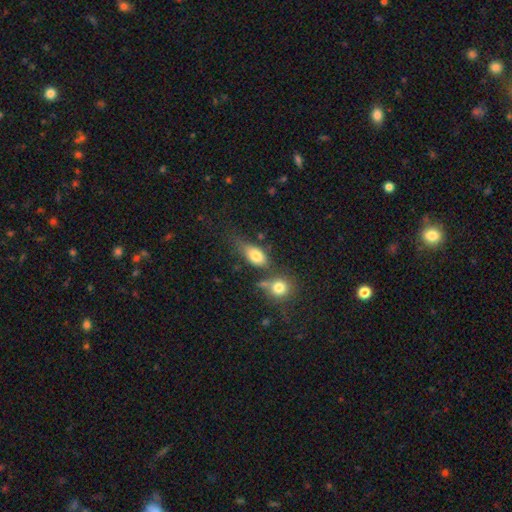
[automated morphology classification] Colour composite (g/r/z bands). It shows a smooth galaxy with no disk features (77%) that is in between round and cigar-shaped (80%). Merging: none (45%).